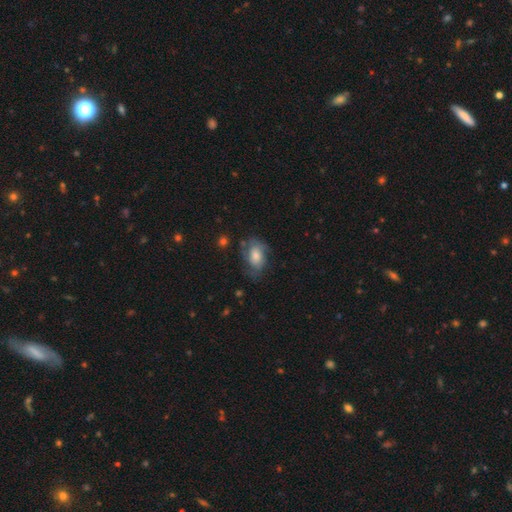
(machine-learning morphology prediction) This appears to be a smooth galaxy with no disk features (57%) that is in between round and cigar-shaped (84%). Merging: none (53%).